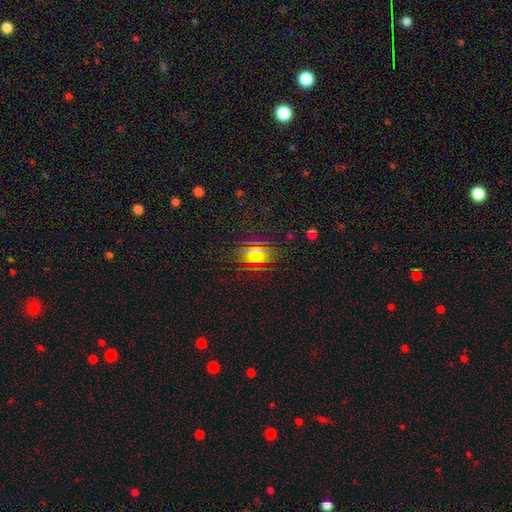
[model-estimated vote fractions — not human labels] Morphology: type=smooth (44%); merging=none (76%).